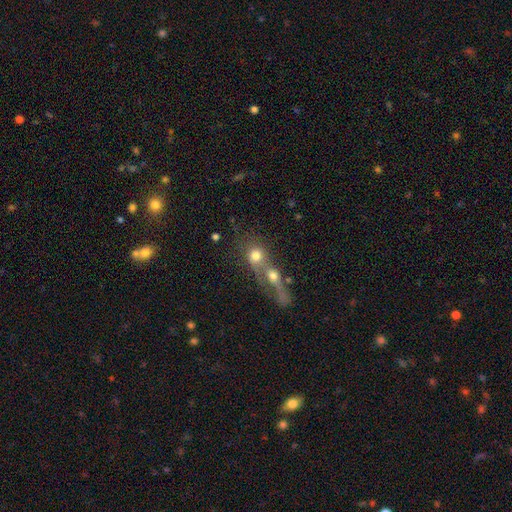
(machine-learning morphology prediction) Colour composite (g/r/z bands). It shows a smooth galaxy with no disk features (69%) that is round (74%). Merging: merger (65%).